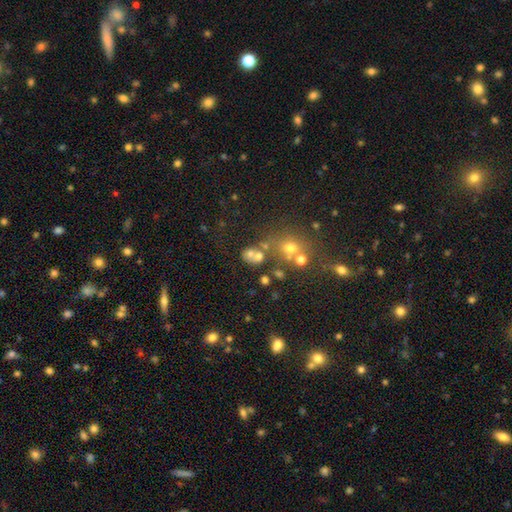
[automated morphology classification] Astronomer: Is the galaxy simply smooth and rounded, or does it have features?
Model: smooth — 62%.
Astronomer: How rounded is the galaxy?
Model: round — 70%.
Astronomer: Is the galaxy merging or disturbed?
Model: none — 45% (runner-up: merger, 37%).